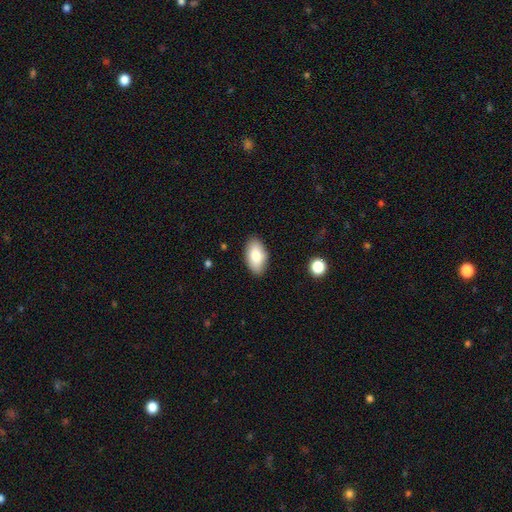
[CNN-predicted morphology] type=smooth (81%); roundness=in between (94%); merging=none (87%).